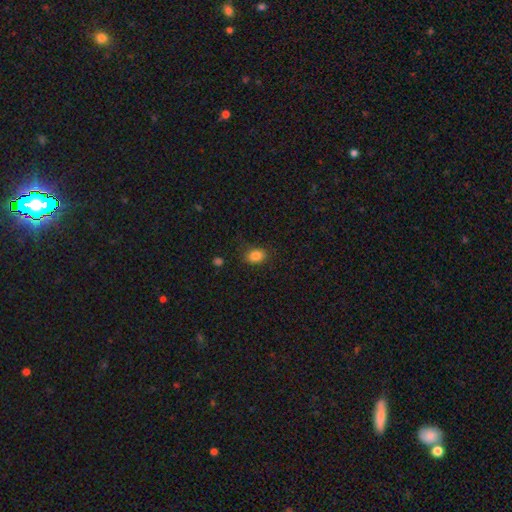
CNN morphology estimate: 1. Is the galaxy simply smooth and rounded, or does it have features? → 85% smooth, 10% star or artifact, 5% featured or disk.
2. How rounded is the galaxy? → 67% in between, 31% round, 1% cigar-shaped.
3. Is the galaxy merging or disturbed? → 81% none, 14% minor disturbance, 4% major disturbance, 1% merger.